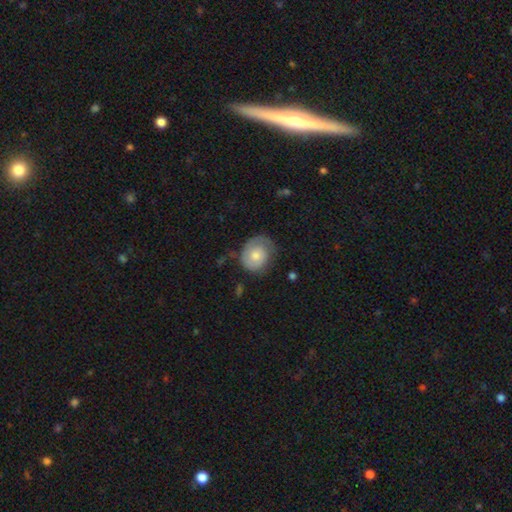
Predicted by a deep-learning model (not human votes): smooth 55%, featured or disk 38%, star or artifact 6%. Down the decision tree: how rounded — round (66%); merging — none (56%).